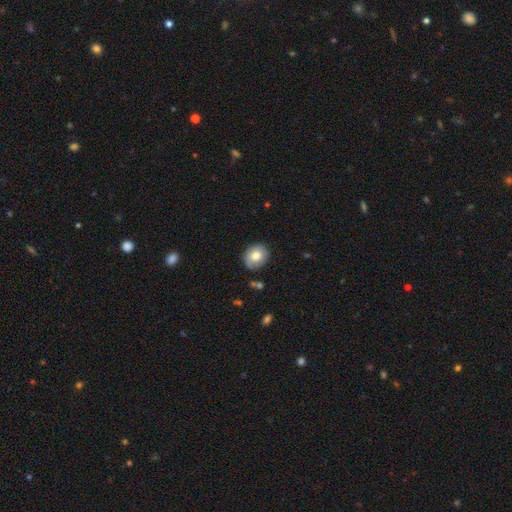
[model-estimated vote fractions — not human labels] smooth_or_featured: smooth (p=0.77) [alt: featured or disk p=0.15]
how_rounded: round (p=0.66) [alt: in between p=0.33]
merging: none (p=0.79) [alt: minor disturbance p=0.15]